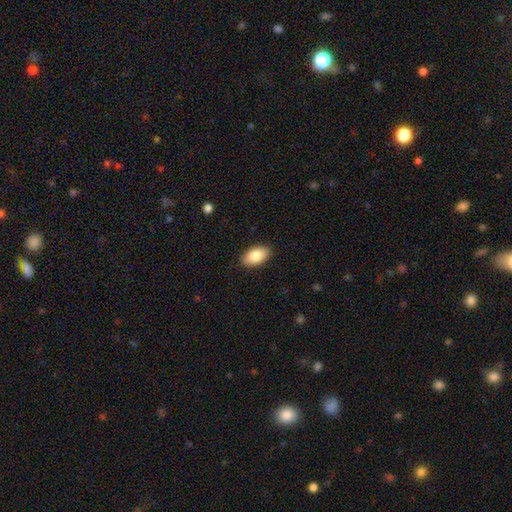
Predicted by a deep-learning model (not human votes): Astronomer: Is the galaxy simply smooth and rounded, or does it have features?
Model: smooth — 84%.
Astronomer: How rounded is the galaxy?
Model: in between — 94%.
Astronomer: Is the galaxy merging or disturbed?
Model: none — 89%.